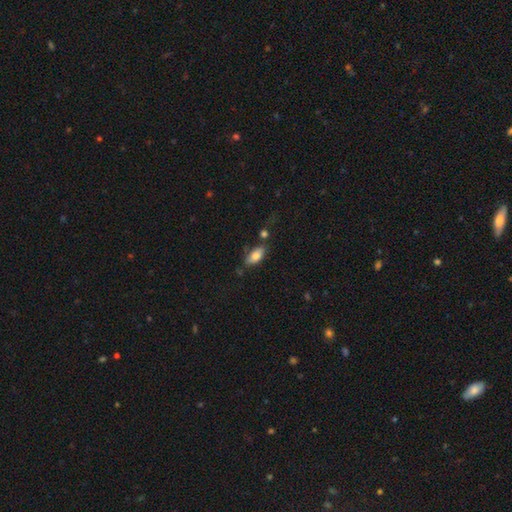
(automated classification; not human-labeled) smooth-or-featured: smooth: 78% | featured or disk: 15% | star or artifact: 7%
  how-rounded: in between: 88% | cigar-shaped: 10% | round: 3%
  merging: none: 65% | minor disturbance: 21% | merger: 9% | major disturbance: 6%